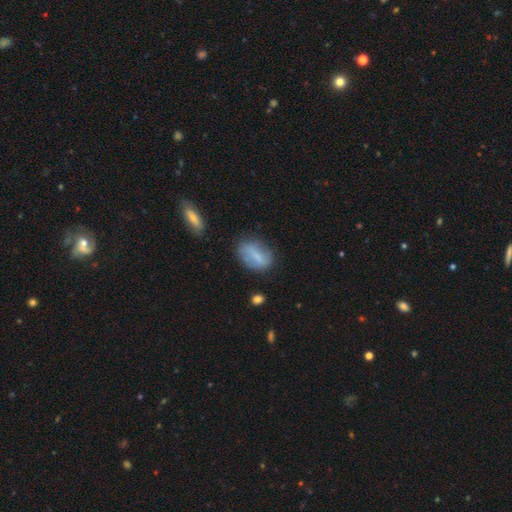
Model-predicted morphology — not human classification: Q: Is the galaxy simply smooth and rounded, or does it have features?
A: smooth — 63%.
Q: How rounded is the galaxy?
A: in between — 83%.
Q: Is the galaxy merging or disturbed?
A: none — 67%.